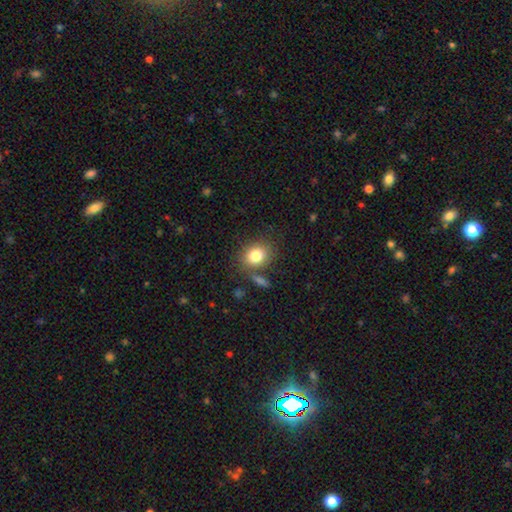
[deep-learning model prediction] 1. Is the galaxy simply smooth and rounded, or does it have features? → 81% smooth, 10% star or artifact, 9% featured or disk.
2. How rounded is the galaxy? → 60% round, 39% in between, 1% cigar-shaped.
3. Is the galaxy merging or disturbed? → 74% none, 12% minor disturbance, 9% merger, 5% major disturbance.